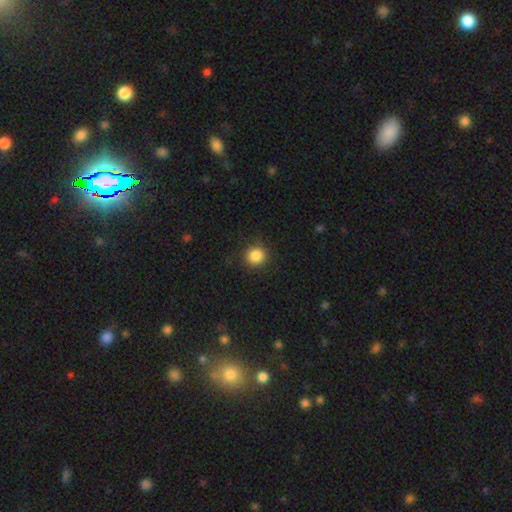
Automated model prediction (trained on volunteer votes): Q: Smooth or featured?
A: smooth (87%); runner-up: star or artifact (10%)
Q: How rounded?
A: round (93%); runner-up: in between (6%)
Q: Merging?
A: none (90%); runner-up: minor disturbance (7%)